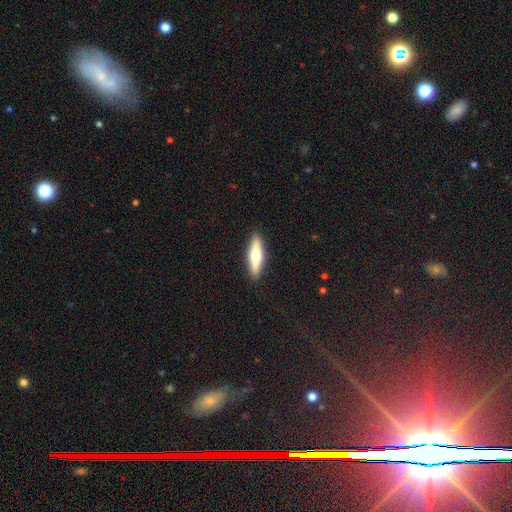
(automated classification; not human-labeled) The model was most divided on "smooth or featured" (2-way tie): featured or disk: 47%, smooth: 47%, star or artifact: 6%. More confident: merging — none (91%).